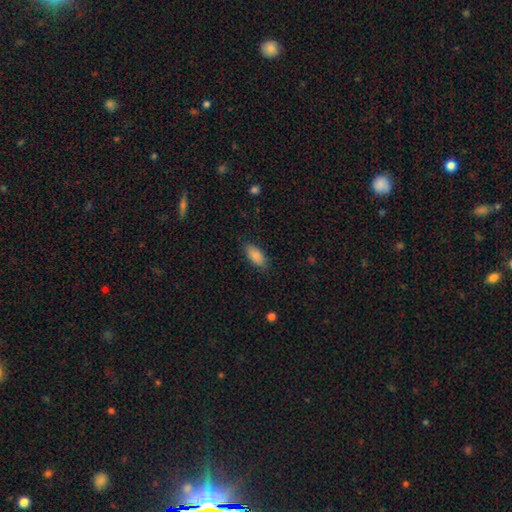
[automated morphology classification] Q: Smooth or featured?
A: smooth (88%); runner-up: star or artifact (7%)
Q: How rounded?
A: in between (88%); runner-up: cigar-shaped (9%)
Q: Merging?
A: none (83%); runner-up: minor disturbance (13%)